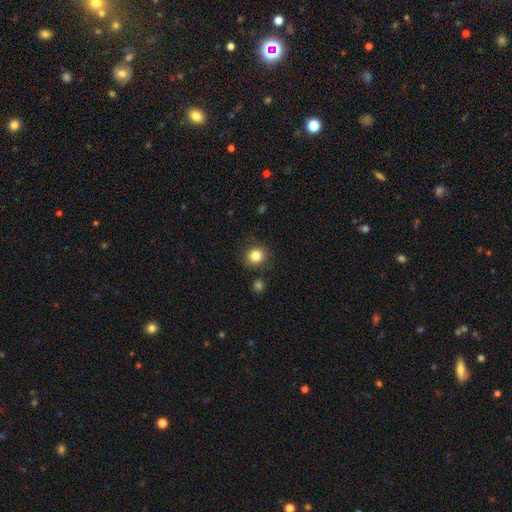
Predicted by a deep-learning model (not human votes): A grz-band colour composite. It shows a smooth galaxy with no disk features (84%) that is round (81%). Merging: none (85%).